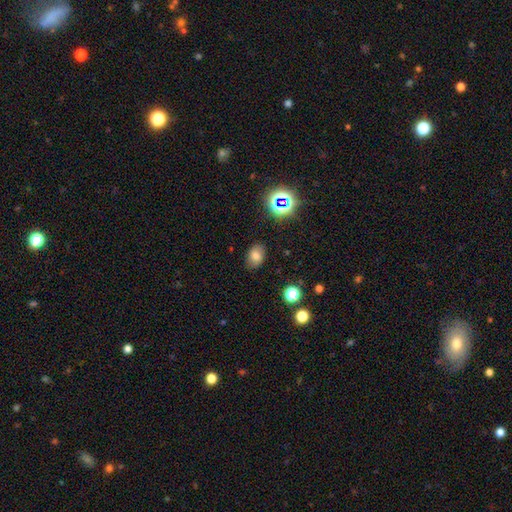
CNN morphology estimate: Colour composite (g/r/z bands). It shows a smooth galaxy with no disk features (75%) that is in between round and cigar-shaped (78%). Merging: none (84%).